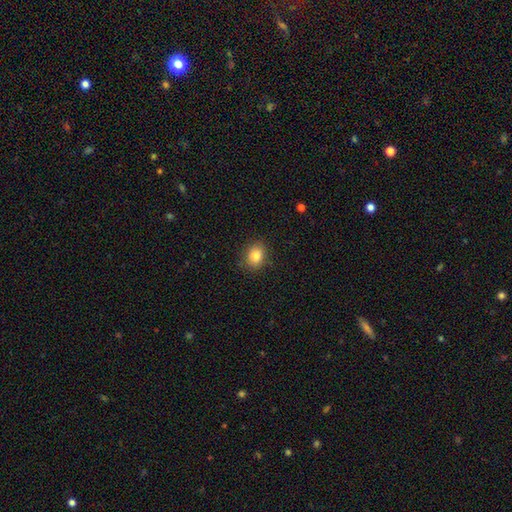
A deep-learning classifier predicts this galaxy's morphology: This appears to be a smooth galaxy with no disk features (83%) that is in between round and cigar-shaped (54%). Merging: none (86%).